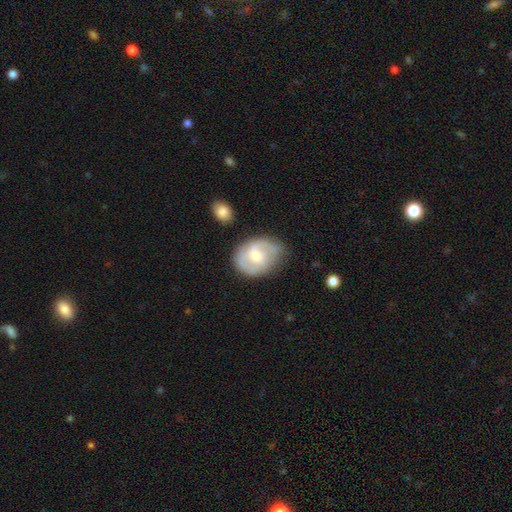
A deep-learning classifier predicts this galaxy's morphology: The model was most divided on "bar": weak: 50%, no: 40%, strong: 10%. Remaining: edge-on disk — no (97%); spiral arms — yes (82%); spiral arm count — 2 (69%); smooth or featured — featured or disk (65%); merging — none (62%); bulge size — moderate (53%); spiral winding — medium (46%).